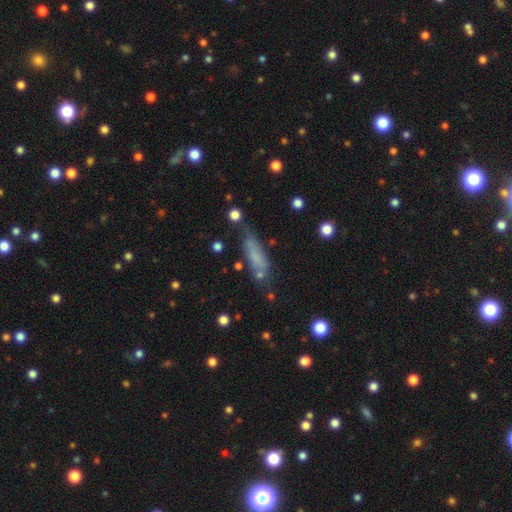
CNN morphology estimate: This appears to be a smooth galaxy with no disk features (67%) that is cigar-shaped (58%). Merging: none (57%).